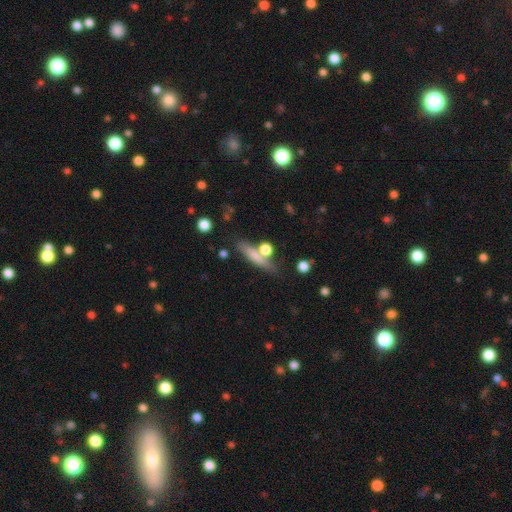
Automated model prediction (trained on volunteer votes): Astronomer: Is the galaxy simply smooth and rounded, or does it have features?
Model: smooth — 66%.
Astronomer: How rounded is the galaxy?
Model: cigar-shaped — 76%.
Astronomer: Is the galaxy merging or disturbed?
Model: none — 64%.